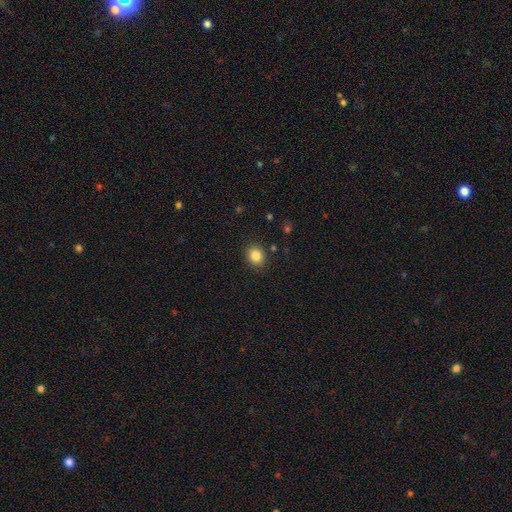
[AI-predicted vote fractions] A smooth galaxy with no disk features (85%) that is round (74%).

Vote fractions:
- Smooth or featured? smooth: 85% / star or artifact: 10% / featured or disk: 5%
- How rounded? round: 74% / in between: 26% / cigar-shaped: 1%
- Merging? none: 88% / minor disturbance: 8% / major disturbance: 2% / merger: 2%